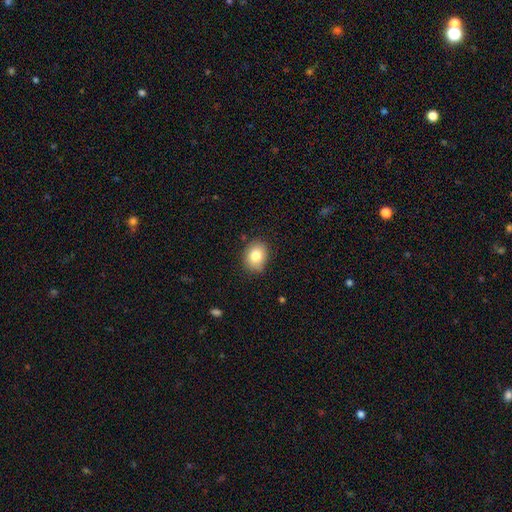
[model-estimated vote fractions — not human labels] Overall: smooth (82%). How rounded: in between (53%; round 47%). Merging: none (81%).